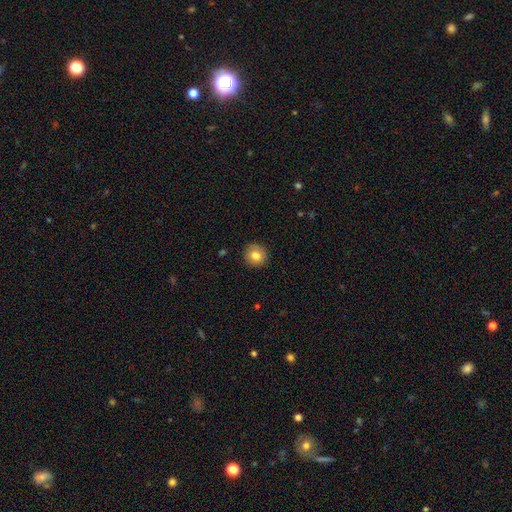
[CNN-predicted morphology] Smooth or featured? smooth (80%)
How rounded? round (90%)
Merging? none (90%)